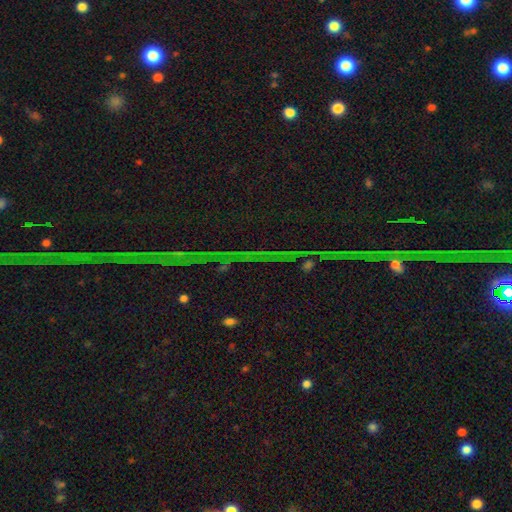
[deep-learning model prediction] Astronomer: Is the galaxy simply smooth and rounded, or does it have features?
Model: star or artifact — 81%.